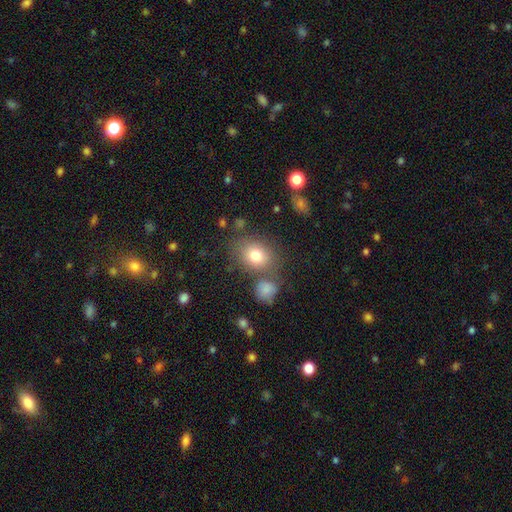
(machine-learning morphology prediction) This appears to be a smooth galaxy with no disk features (78%) that is in between round and cigar-shaped (50%). Merging: none (67%).